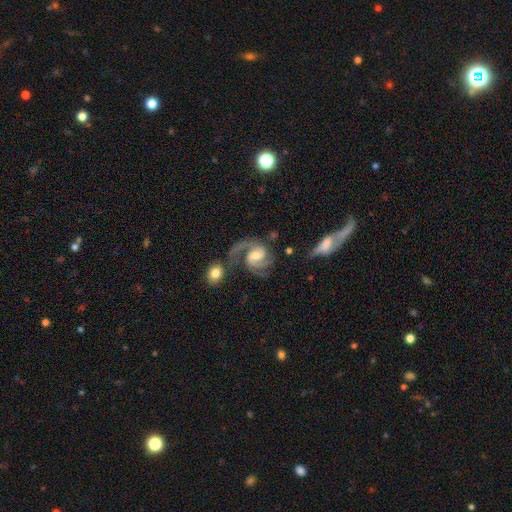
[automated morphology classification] Overall: featured or disk (90%). Edge-on disk: no (98%). Bar: weak (50%; no 32%). Spiral arms: yes (98%). Spiral arm count: 2 (71%). Spiral winding: medium (55%; tight 31%). Bulge size: moderate (61%; small 29%). Merging: none (55%; minor disturbance 18%).